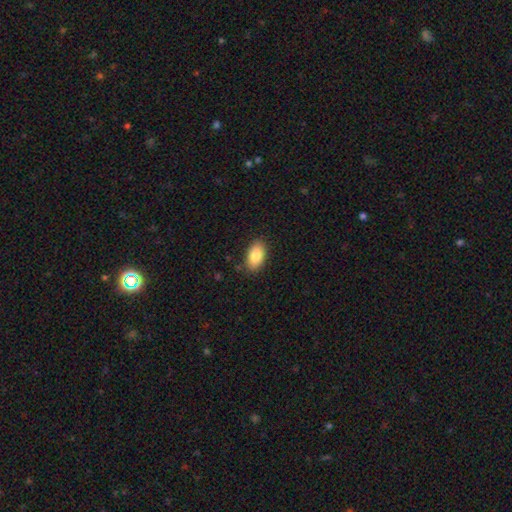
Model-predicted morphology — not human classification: Smooth or featured: smooth — 85% (featured or disk — 8%)
How rounded: in between — 93% (round — 5%)
Merging: none — 86% (minor disturbance — 10%)